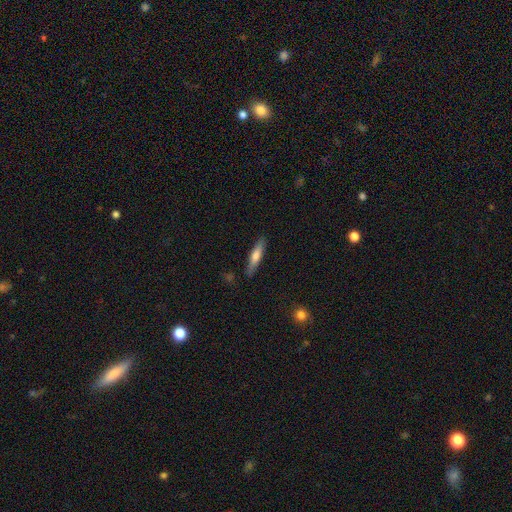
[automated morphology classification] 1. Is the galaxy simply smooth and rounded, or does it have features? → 62% smooth, 32% featured or disk, 6% star or artifact.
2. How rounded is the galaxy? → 85% cigar-shaped, 13% in between, 1% round.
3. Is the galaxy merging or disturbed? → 86% none, 10% minor disturbance, 2% major disturbance, 2% merger.